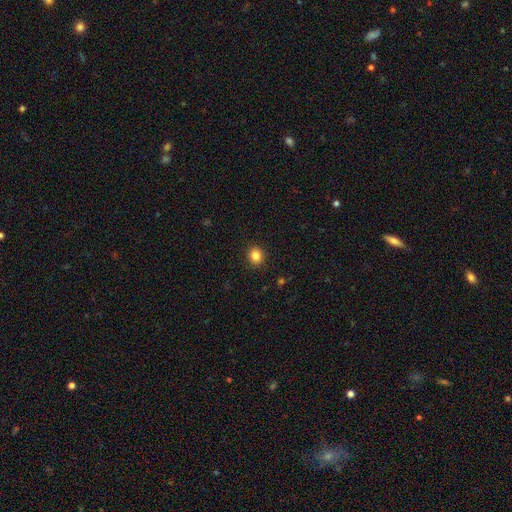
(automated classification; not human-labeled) smooth 85%, star or artifact 11%, featured or disk 4%. Down the decision tree: how rounded — round (77%); merging — none (91%).